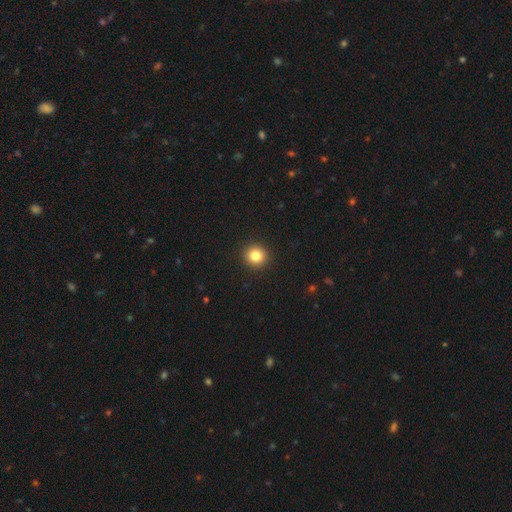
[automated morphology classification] This appears to be a smooth galaxy with no disk features (83%) that is round (92%). Merging: none (93%).